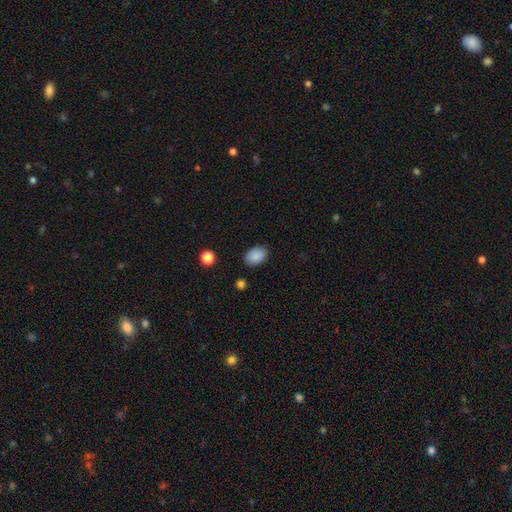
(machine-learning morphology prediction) Overall: smooth (88%). How rounded: in between (84%). Merging: none (86%).